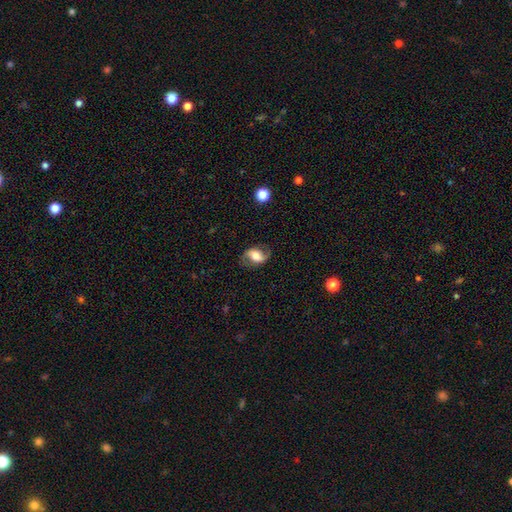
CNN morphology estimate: This is possibly a featured or disk galaxy (56%). It is clearly not viewed edge-on (95%). Bar: marginally weak (38%, tied with no). Spiral arm pattern: clearly yes (86%). Central bulge: marginally large (38%). Merging: likely none (73%).